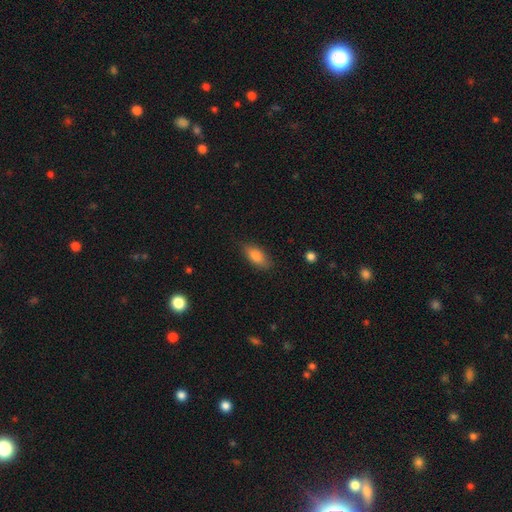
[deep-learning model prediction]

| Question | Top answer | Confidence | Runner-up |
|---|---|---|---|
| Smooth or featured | smooth | 81% | featured or disk (12%) |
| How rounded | in between | 83% | cigar-shaped (13%) |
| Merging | none | 82% | minor disturbance (14%) |